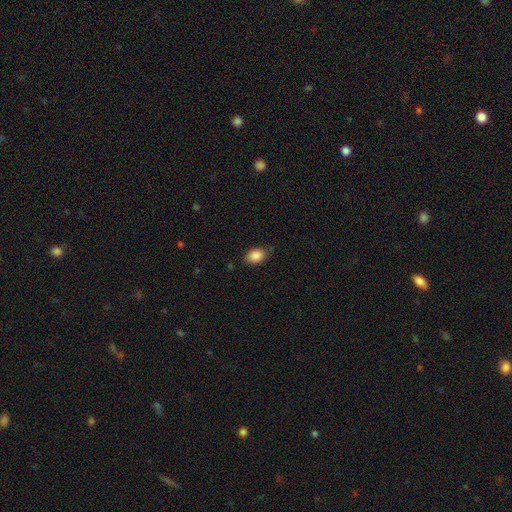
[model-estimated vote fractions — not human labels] This is clearly a smooth galaxy (88%). How rounded: likely in between (76%). Merging: likely none (80%).